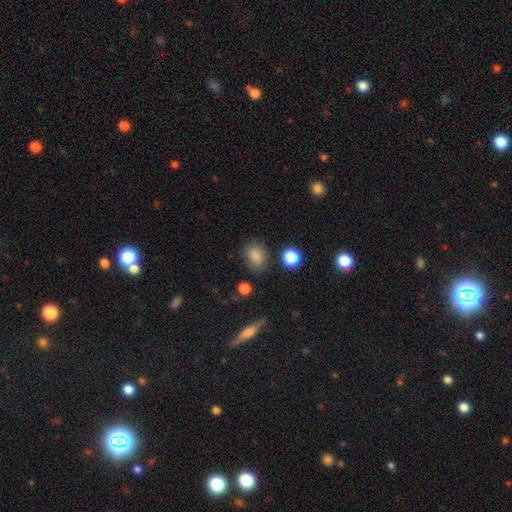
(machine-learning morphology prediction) Smooth or featured: smooth — 82% (star or artifact — 12%)
How rounded: in between — 60% (round — 38%)
Merging: none — 70% (minor disturbance — 20%)